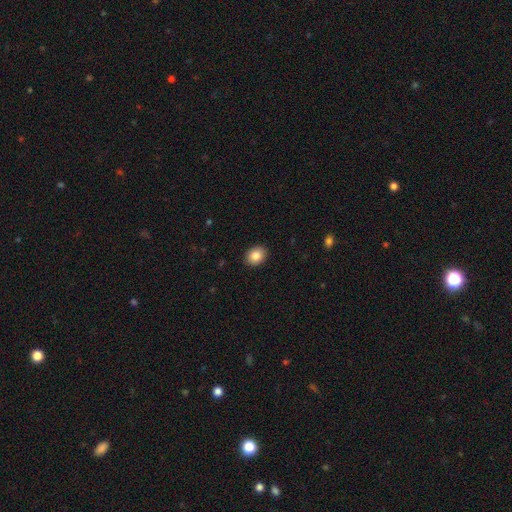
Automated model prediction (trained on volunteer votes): Smooth or featured? smooth (85%)
How rounded? in between (54%)
Merging? none (91%)